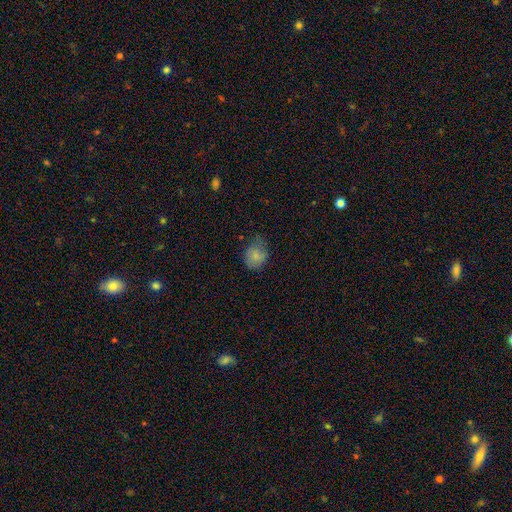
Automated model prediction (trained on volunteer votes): A smooth galaxy with no disk features (77%) that is round (53%). Merging: none (53%).